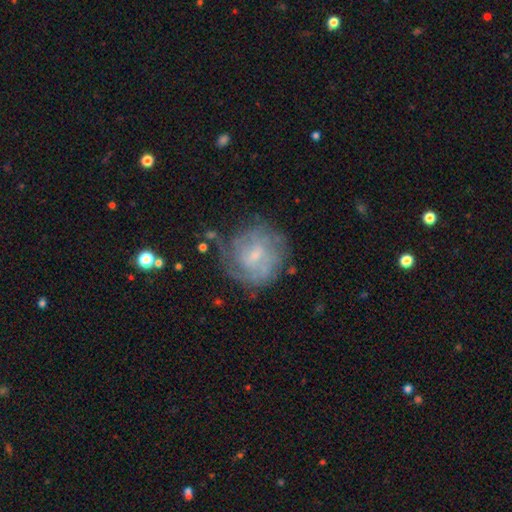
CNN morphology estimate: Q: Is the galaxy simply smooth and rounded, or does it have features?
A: featured or disk — 63%.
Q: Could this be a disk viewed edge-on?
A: no — 98%.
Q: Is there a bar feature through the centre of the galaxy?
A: weak — 50%.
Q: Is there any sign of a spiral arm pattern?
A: yes — 73%.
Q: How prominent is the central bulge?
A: small — 54%.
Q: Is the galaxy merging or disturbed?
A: none — 64%.